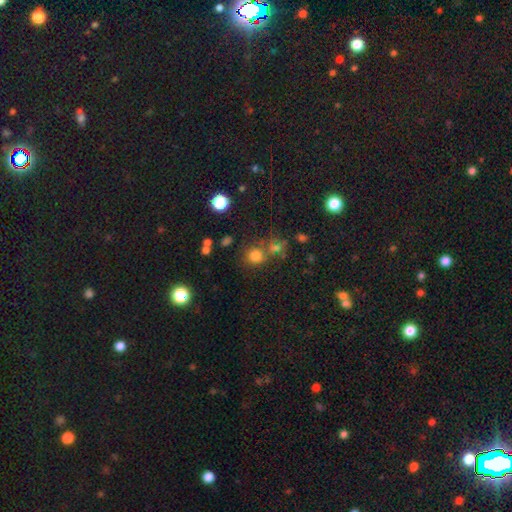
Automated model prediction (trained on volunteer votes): Smooth or featured?
  - smooth: 76% *
  - star or artifact: 18%
  - featured or disk: 7%
How rounded?
  - round: 87% *
  - in between: 12%
  - cigar-shaped: 1%
Merging?
  - none: 66% *
  - merger: 20%
  - minor disturbance: 10%
  - major disturbance: 4%